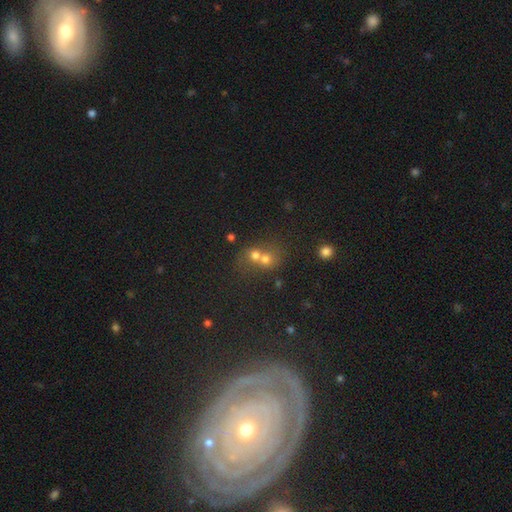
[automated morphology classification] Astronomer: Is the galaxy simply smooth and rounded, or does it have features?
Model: smooth — 65%.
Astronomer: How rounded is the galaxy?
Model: round — 75%.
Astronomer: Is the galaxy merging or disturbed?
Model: merger — 66%.